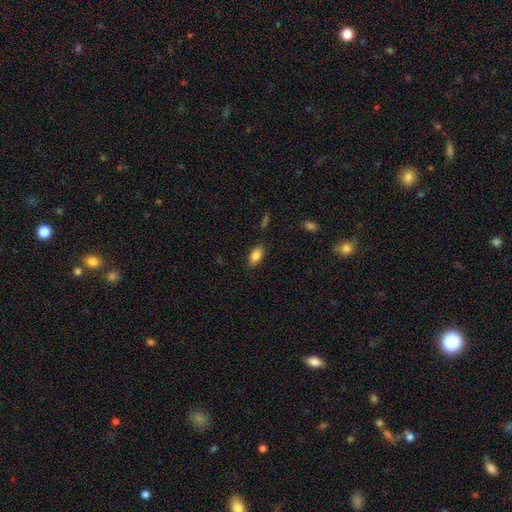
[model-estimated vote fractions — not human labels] Smooth or featured: smooth — 84% (featured or disk — 8%)
How rounded: in between — 90% (cigar-shaped — 5%)
Merging: none — 85% (minor disturbance — 11%)